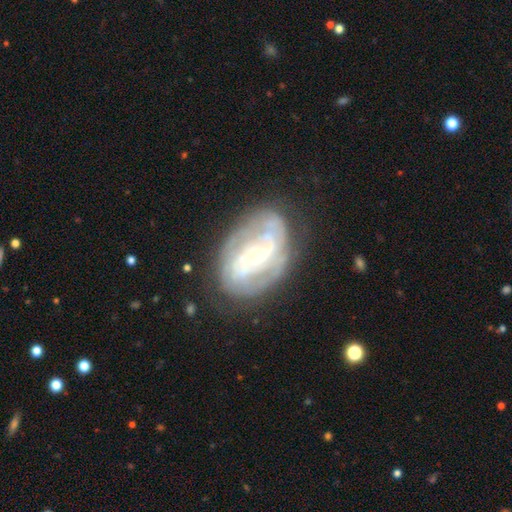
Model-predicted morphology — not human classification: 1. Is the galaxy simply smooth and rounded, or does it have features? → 82% featured or disk, 12% smooth, 6% star or artifact.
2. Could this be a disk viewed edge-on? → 96% no, 4% yes.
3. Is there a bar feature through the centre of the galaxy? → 36% weak (tied), 36% no (tied), 28% strong.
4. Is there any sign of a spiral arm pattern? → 83% yes, 17% no.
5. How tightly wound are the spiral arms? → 47% tight, 37% medium, 16% loose.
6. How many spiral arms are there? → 48% 2, 31% can't tell, 9% 3, 4% 4, 4% 1, 3% more than 4.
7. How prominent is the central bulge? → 66% small, 31% moderate, 2% large, 1% none, 1% dominant.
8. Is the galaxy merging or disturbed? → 67% none, 20% minor disturbance, 11% major disturbance, 2% merger.